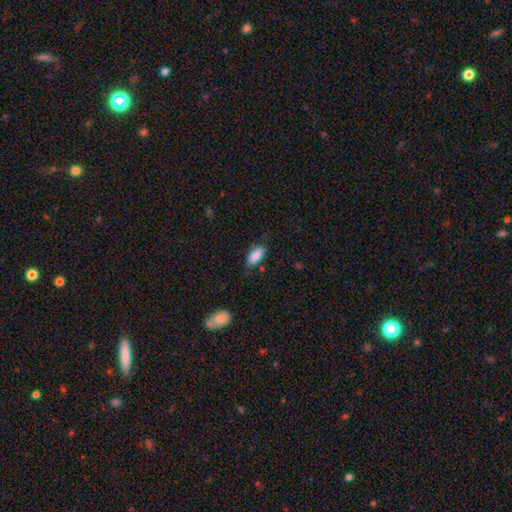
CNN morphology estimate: smooth 85%, featured or disk 8%, star or artifact 7%. Down the decision tree: how rounded — in between (87%); merging — none (70%).